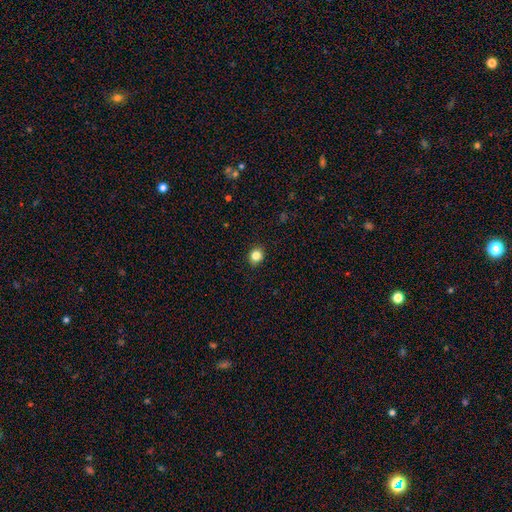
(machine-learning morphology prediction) smooth_or_featured: smooth (p=0.84) [alt: star or artifact p=0.11]
how_rounded: round (p=0.78) [alt: in between p=0.21]
merging: none (p=0.90) [alt: minor disturbance p=0.07]